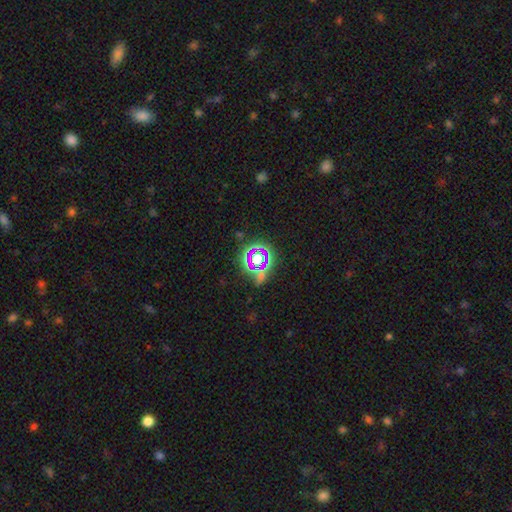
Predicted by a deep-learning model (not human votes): A star or artifact, not a galaxy (71%).